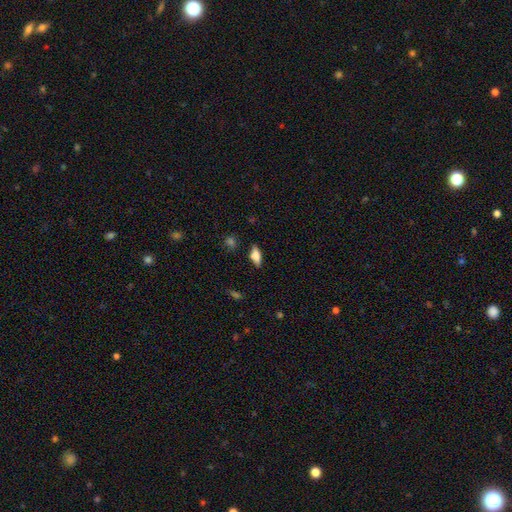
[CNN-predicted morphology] This appears to be a smooth galaxy with no disk features (72%) that is in between round and cigar-shaped (74%). Merging: none (80%).